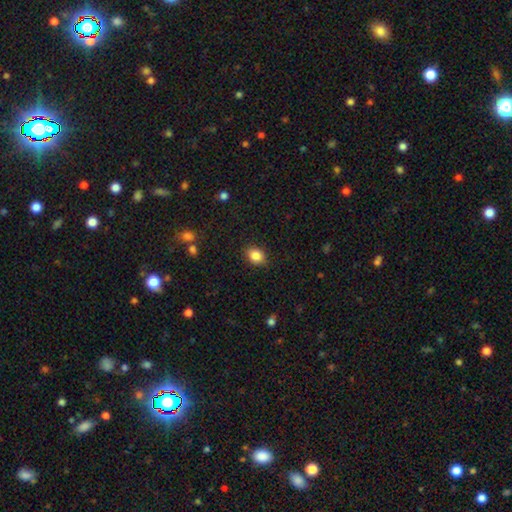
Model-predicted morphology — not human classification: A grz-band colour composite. It shows a smooth galaxy with no disk features (86%) that is in between round and cigar-shaped (52%). Merging: none (88%).